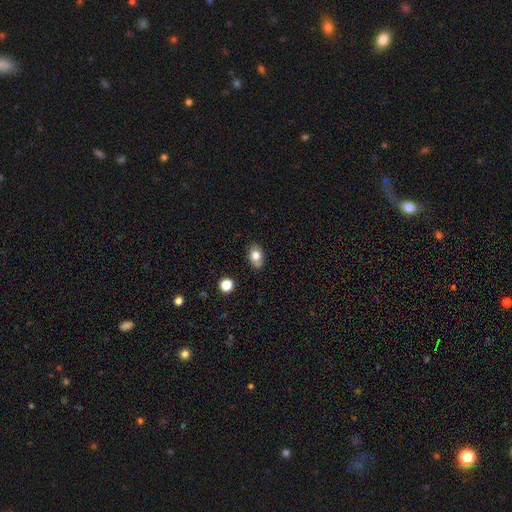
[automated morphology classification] Q: Smooth or featured?
A: smooth (77%); runner-up: featured or disk (14%)
Q: How rounded?
A: in between (82%); runner-up: round (16%)
Q: Merging?
A: none (79%); runner-up: minor disturbance (15%)